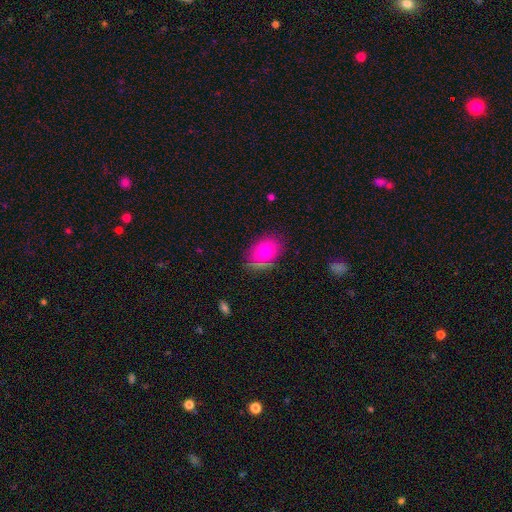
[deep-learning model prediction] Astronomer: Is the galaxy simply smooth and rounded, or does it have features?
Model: smooth — 71%.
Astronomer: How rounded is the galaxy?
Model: in between — 83%.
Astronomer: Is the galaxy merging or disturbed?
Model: none — 77%.